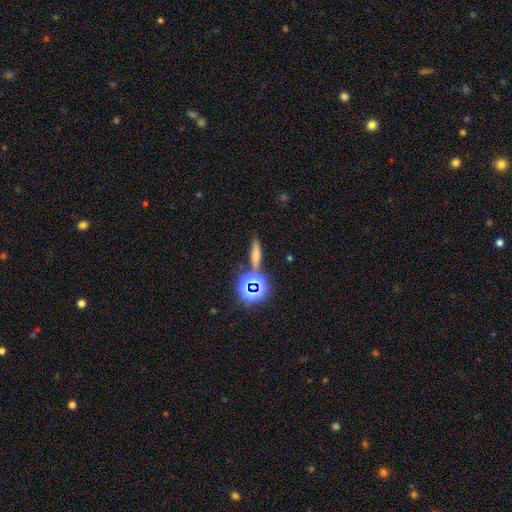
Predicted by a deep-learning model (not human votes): Smooth or featured? Predicted: smooth (p=0.57). How rounded? Predicted: cigar-shaped (p=0.67). Merging? Predicted: none (p=0.76).